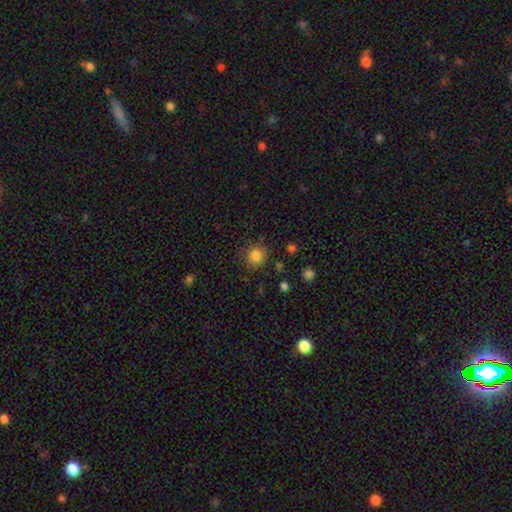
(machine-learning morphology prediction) Smooth or featured? smooth (84%)
How rounded? round (89%)
Merging? none (85%)